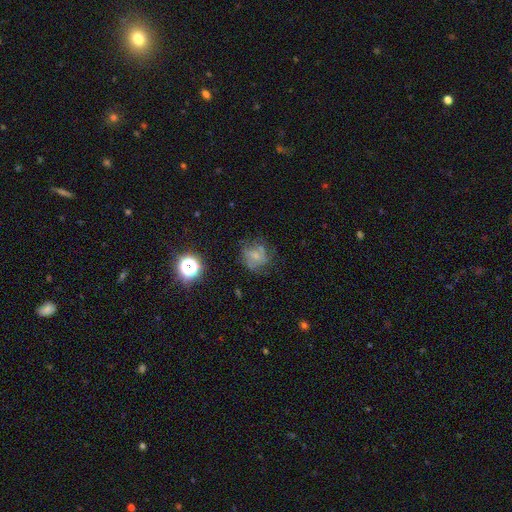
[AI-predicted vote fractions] This is possibly a featured or disk galaxy (46%). Merging: possibly none (58%).